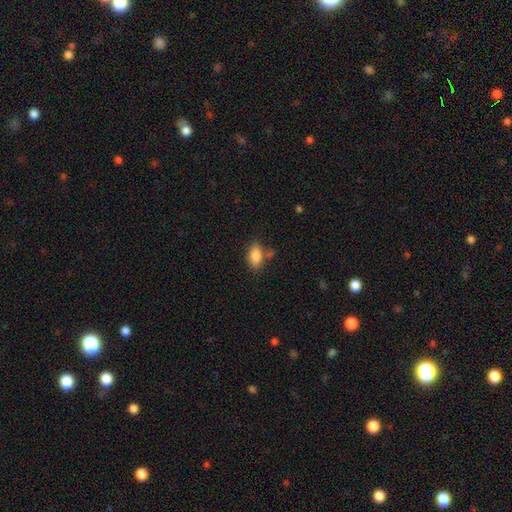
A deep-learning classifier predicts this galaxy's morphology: smooth-or-featured: smooth: 84% | star or artifact: 8% | featured or disk: 7%
  how-rounded: in between: 89% | round: 6% | cigar-shaped: 5%
  merging: none: 64% | minor disturbance: 18% | merger: 12% | major disturbance: 5%